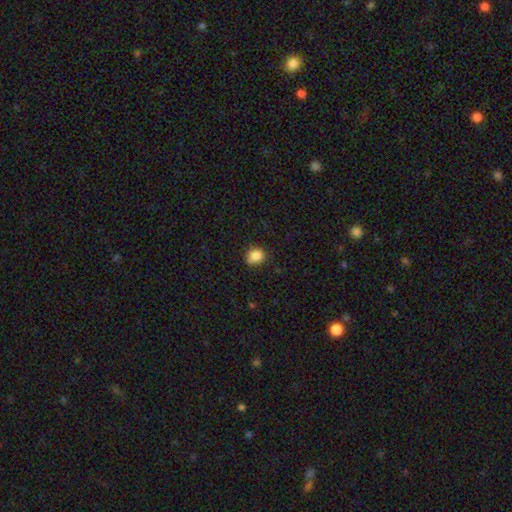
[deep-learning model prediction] Morphology: type=smooth (85%); roundness=round (74%); merging=none (67%).